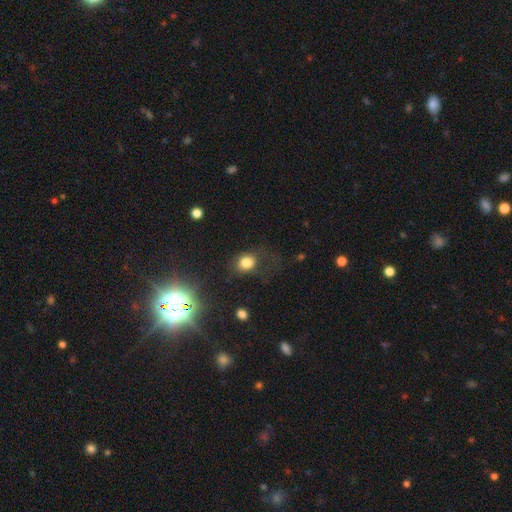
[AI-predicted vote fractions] Morphology: type=star or artifact (63%).